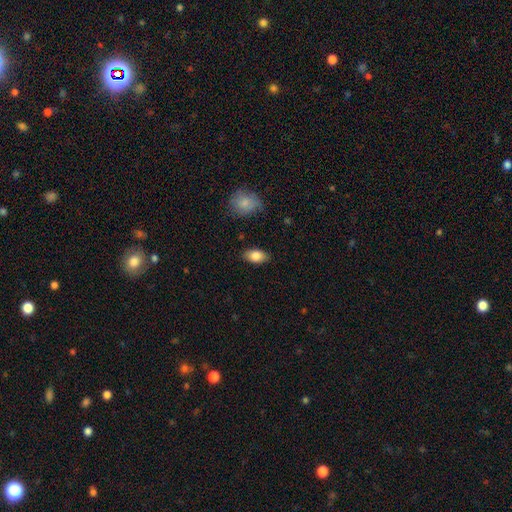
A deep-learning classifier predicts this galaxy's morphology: Smooth or featured: smooth — 84% (featured or disk — 9%)
How rounded: in between — 91% (round — 5%)
Merging: none — 84% (minor disturbance — 12%)